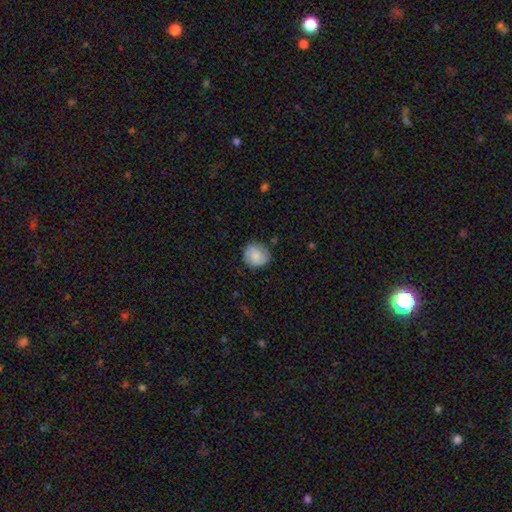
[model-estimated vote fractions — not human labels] Smooth or featured: smooth — 73% (featured or disk — 19%)
How rounded: round — 87% (in between — 12%)
Merging: none — 83% (minor disturbance — 13%)